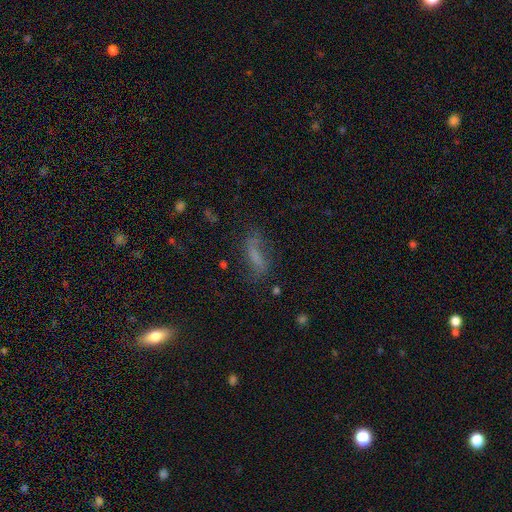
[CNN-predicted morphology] Smooth or featured? Predicted: smooth (p=0.53). How rounded? Predicted: in between (p=0.50). Merging? Predicted: none (p=0.59).